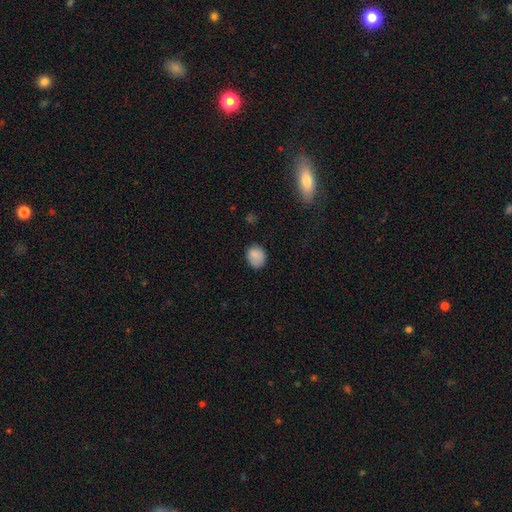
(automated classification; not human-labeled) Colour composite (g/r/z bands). It shows a smooth galaxy with no disk features (85%) that is round (59%). Merging: none (75%).